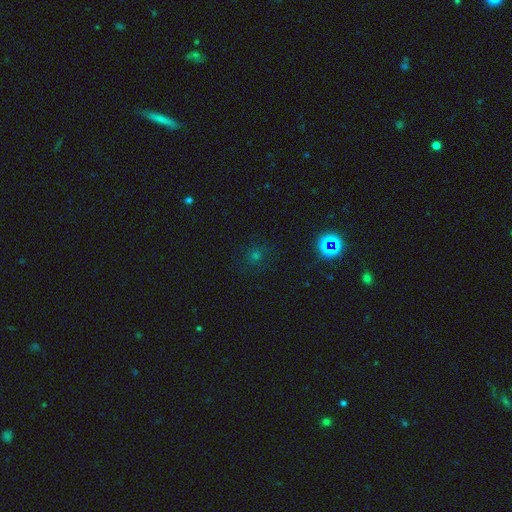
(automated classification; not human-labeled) smooth_or_featured: star or artifact (p=0.47) [alt: smooth p=0.43]